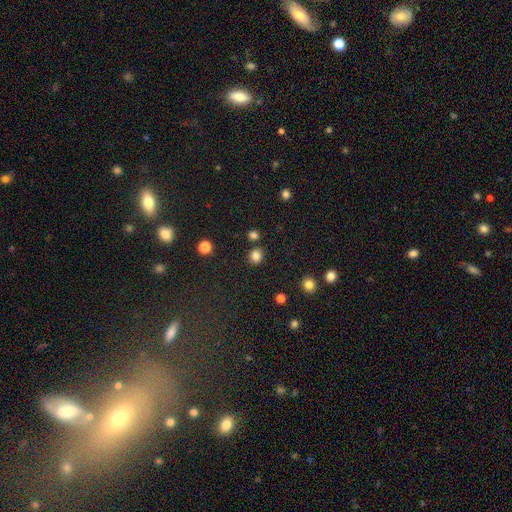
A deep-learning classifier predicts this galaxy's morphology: Smooth or featured? smooth (84%)
How rounded? round (81%)
Merging? none (84%)